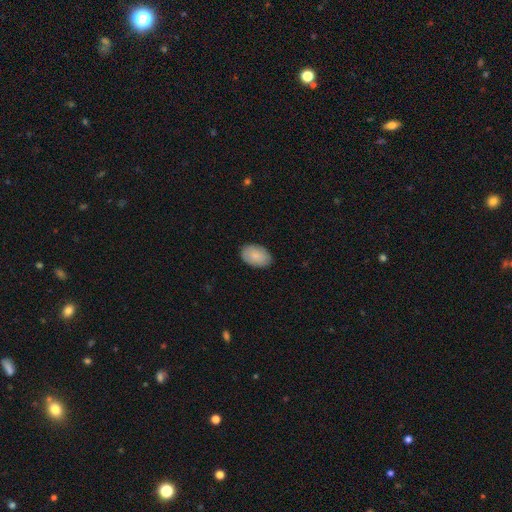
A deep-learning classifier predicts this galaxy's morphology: This appears to be a smooth galaxy with no disk features (84%) that is in between round and cigar-shaped (89%). Merging: none (86%).